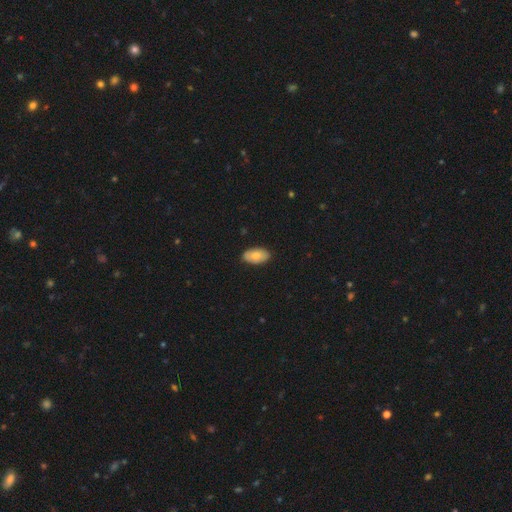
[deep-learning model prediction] A smooth galaxy with no disk features (76%) that is in between round and cigar-shaped (94%).

Vote fractions:
- Smooth or featured? smooth: 76% / featured or disk: 18% / star or artifact: 6%
- How rounded? in between: 94% / round: 4% / cigar-shaped: 2%
- Merging? none: 86% / minor disturbance: 11% / major disturbance: 2% / merger: 1%